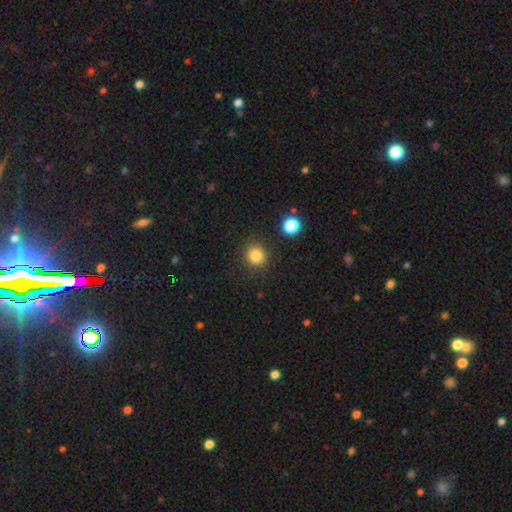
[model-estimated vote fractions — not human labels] smooth-or-featured: smooth: 83% | star or artifact: 12% | featured or disk: 5%
  how-rounded: round: 86% | in between: 13% | cigar-shaped: 1%
  merging: none: 87% | minor disturbance: 8% | major disturbance: 3% | merger: 3%